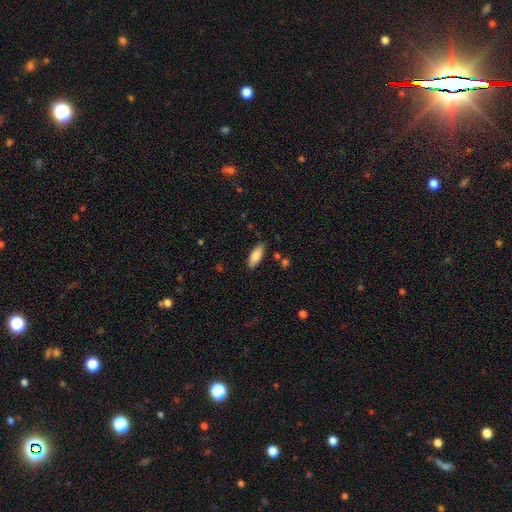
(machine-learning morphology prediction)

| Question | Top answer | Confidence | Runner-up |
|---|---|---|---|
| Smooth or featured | smooth | 84% | featured or disk (10%) |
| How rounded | in between | 77% | cigar-shaped (21%) |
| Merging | none | 85% | minor disturbance (11%) |